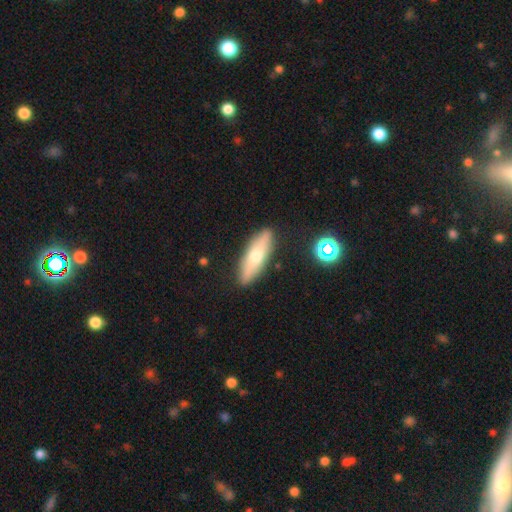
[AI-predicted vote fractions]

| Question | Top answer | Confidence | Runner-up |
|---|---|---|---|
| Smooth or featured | smooth | 59% | featured or disk (34%) |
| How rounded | cigar-shaped | 55% | in between (42%) |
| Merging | none | 86% | minor disturbance (9%) |